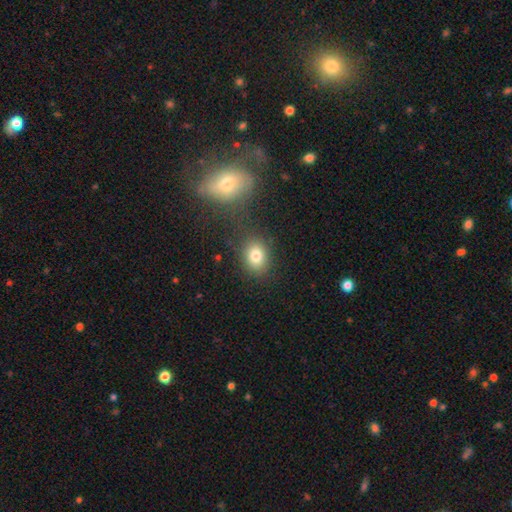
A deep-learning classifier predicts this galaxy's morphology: smooth_or_featured: smooth (p=0.80) [alt: star or artifact p=0.11]
how_rounded: in between (p=0.54) [alt: round p=0.45]
merging: none (p=0.79) [alt: minor disturbance p=0.11]